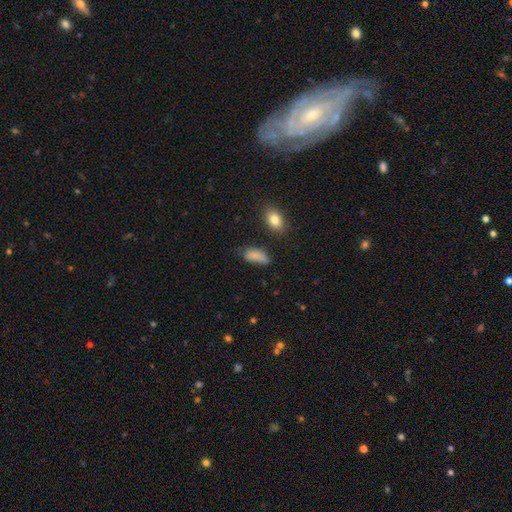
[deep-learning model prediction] Smooth or featured? Predicted: smooth (p=0.81). How rounded? Predicted: in between (p=0.86). Merging? Predicted: none (p=0.53).